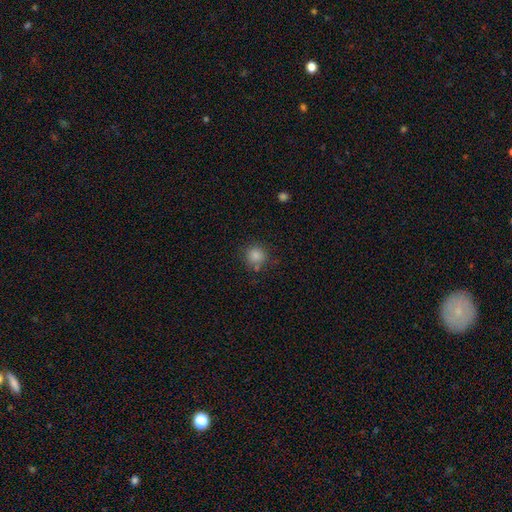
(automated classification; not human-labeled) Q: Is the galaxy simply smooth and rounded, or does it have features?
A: smooth — 84%.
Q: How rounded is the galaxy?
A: round — 92%.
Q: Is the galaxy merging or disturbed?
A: none — 78%.